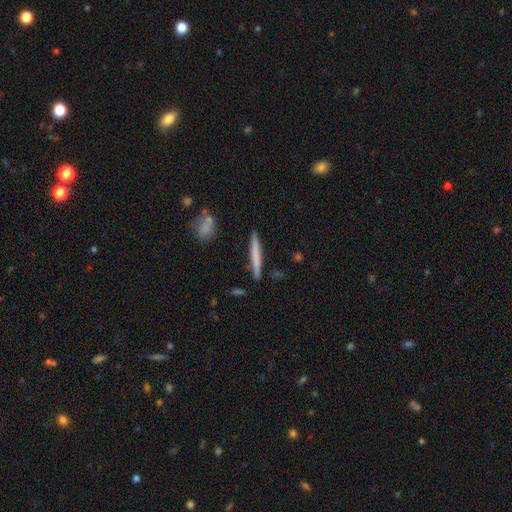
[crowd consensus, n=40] smooth 72%, featured or disk 18%, star or artifact 10%. Down the decision tree: how rounded — cigar-shaped (97%); merging — none (86%).